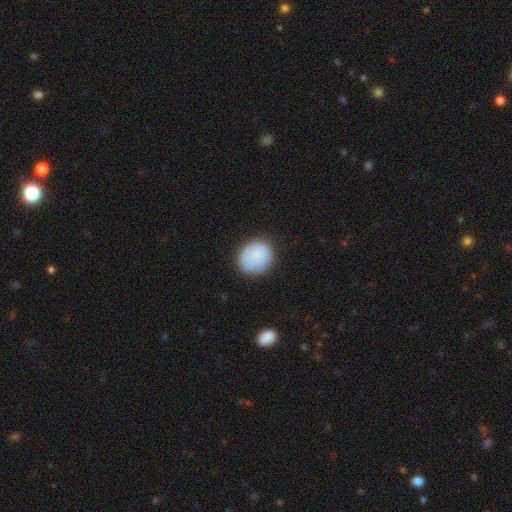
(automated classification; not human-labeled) Q: Smooth or featured?
A: smooth (75%); runner-up: featured or disk (18%)
Q: How rounded?
A: round (76%); runner-up: in between (23%)
Q: Merging?
A: none (75%); runner-up: minor disturbance (18%)